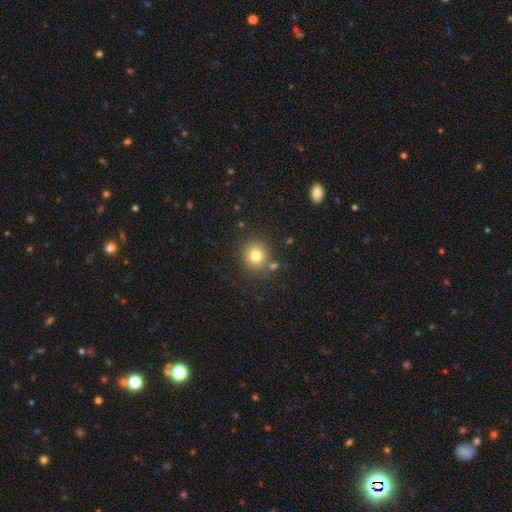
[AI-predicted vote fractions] Smooth or featured?
  - smooth: 79% *
  - star or artifact: 13%
  - featured or disk: 8%
How rounded?
  - round: 88% *
  - in between: 11%
  - cigar-shaped: 1%
Merging?
  - none: 81% *
  - minor disturbance: 9%
  - merger: 7%
  - major disturbance: 3%